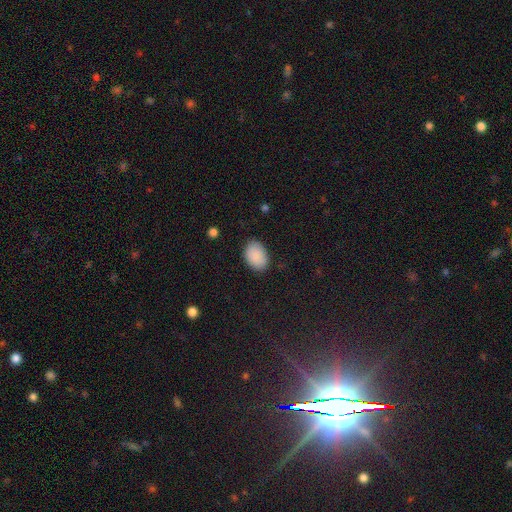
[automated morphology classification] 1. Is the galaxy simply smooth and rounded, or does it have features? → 89% smooth, 7% star or artifact, 4% featured or disk.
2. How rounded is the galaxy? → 83% in between, 16% round, 1% cigar-shaped.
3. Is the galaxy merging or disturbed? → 84% none, 12% minor disturbance, 3% major disturbance, 1% merger.